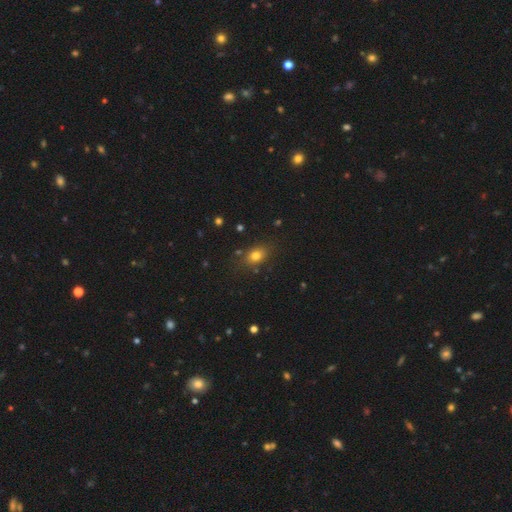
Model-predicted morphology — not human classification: type=smooth (78%); roundness=in between (68%); merging=none (80%).